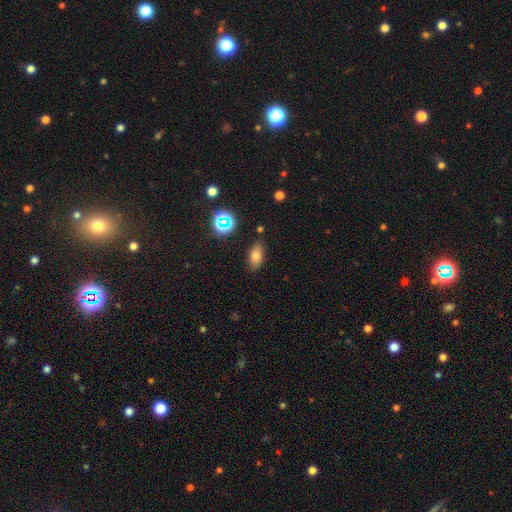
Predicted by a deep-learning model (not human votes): This is likely a smooth galaxy (73%). How rounded: clearly in between (85%). Merging: clearly none (81%).